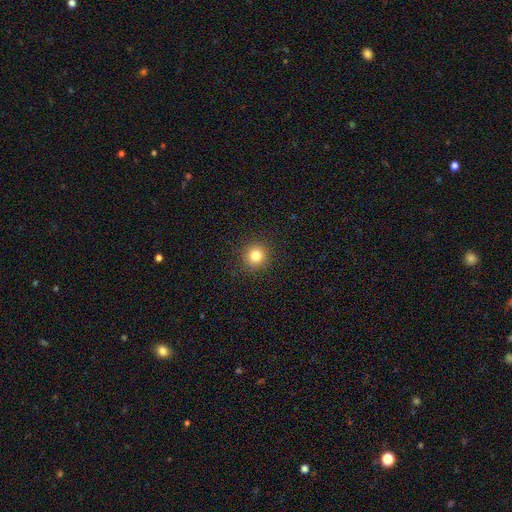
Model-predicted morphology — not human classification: type=smooth (82%); roundness=round (93%); merging=none (92%).